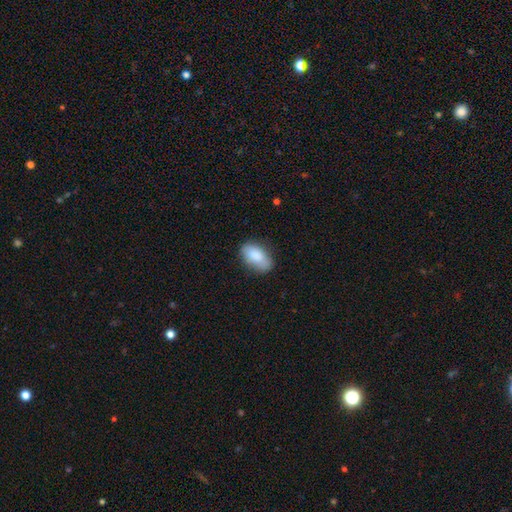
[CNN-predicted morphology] Smooth or featured? Predicted: smooth (p=0.85). How rounded? Predicted: in between (p=0.93). Merging? Predicted: none (p=0.74).